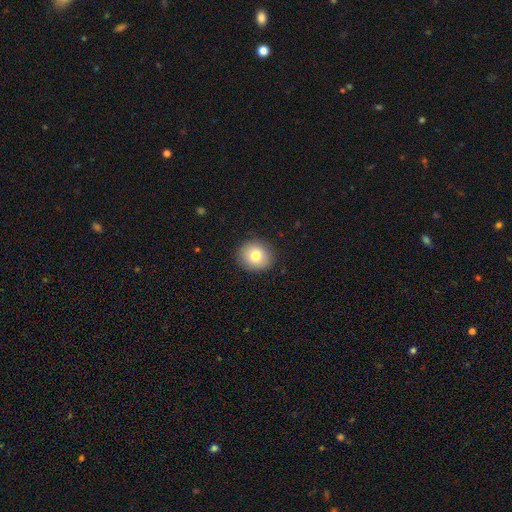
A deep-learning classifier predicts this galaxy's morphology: Smooth or featured? smooth (78%)
How rounded? round (84%)
Merging? none (90%)